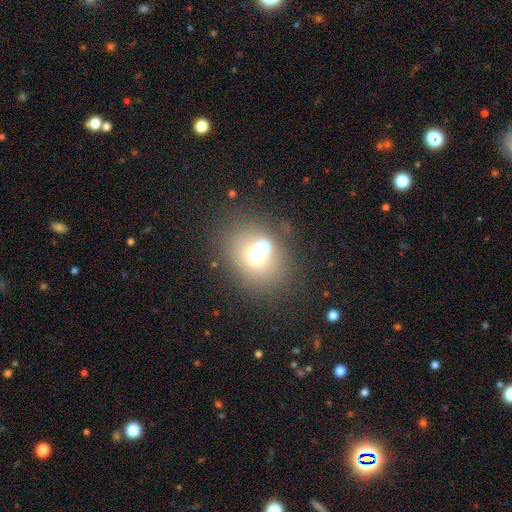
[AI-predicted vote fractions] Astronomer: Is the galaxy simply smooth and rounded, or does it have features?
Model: smooth — 56%.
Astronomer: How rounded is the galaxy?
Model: round — 63%.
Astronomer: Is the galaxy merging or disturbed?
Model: none — 52% (runner-up: merger, 31%).